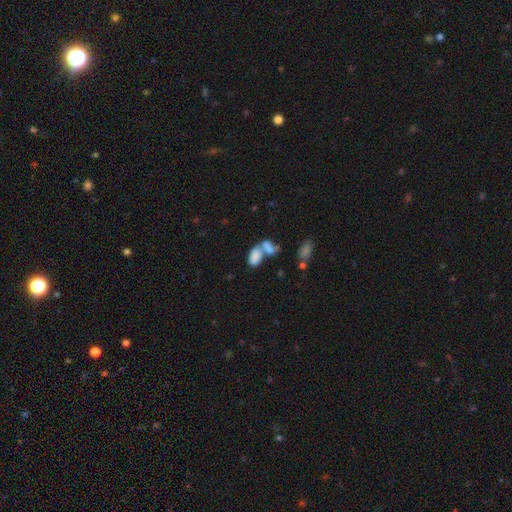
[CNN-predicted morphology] Overall: smooth (77%). How rounded: in between (92%). Merging: merger (65%).